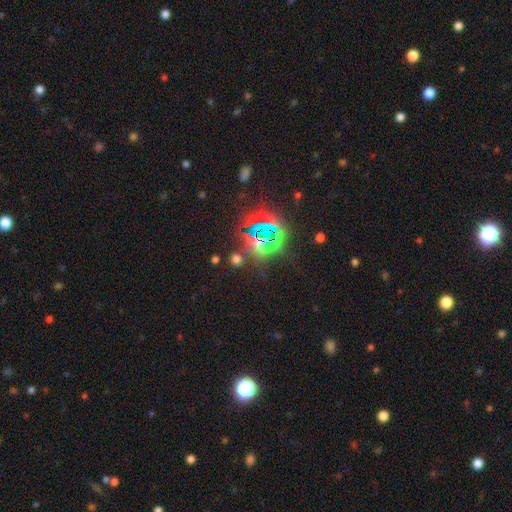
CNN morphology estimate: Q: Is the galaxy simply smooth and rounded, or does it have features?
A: star or artifact — 61%.